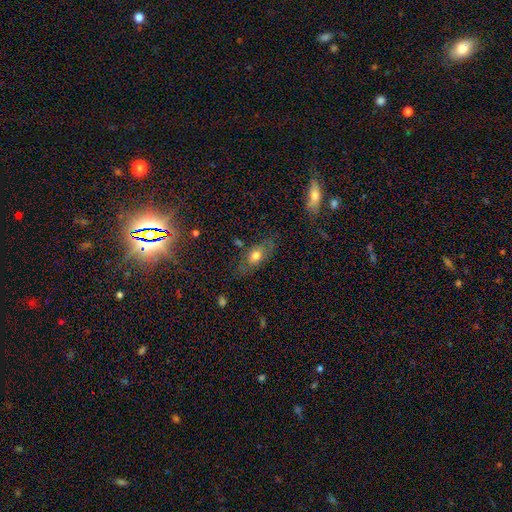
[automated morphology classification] smooth-or-featured: smooth: 60% | featured or disk: 29% | star or artifact: 11%
  how-rounded: in between: 73% | cigar-shaped: 14% | round: 12%
  merging: none: 70% | minor disturbance: 20% | major disturbance: 7% | merger: 3%